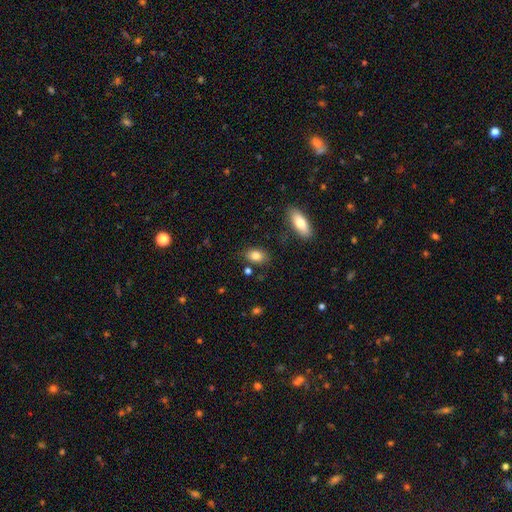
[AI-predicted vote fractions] Smooth or featured? Predicted: smooth (p=0.83). How rounded? Predicted: in between (p=0.85). Merging? Predicted: none (p=0.79).